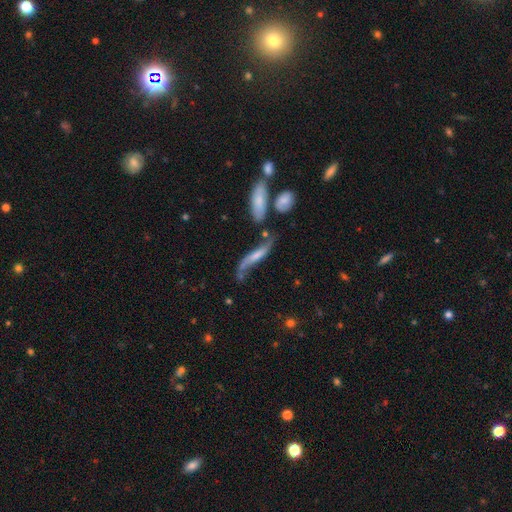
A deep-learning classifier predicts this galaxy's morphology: Overall: featured or disk (59%; smooth 33%). Edge-on disk: no (60%; yes 40%). Merging: none (42%; minor disturbance 25%).